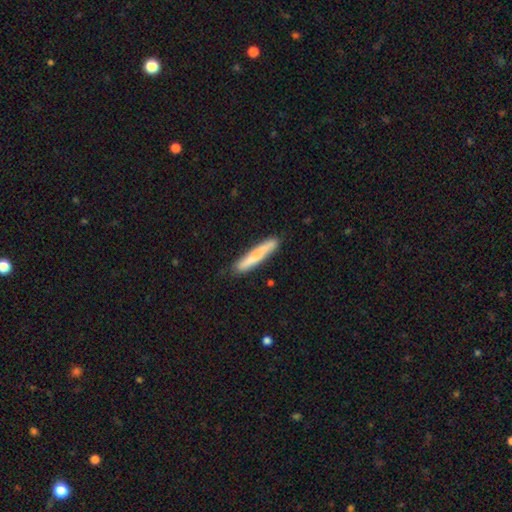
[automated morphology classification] Smooth or featured: smooth — 74% (featured or disk — 20%)
How rounded: cigar-shaped — 94% (in between — 4%)
Merging: none — 83% (minor disturbance — 13%)